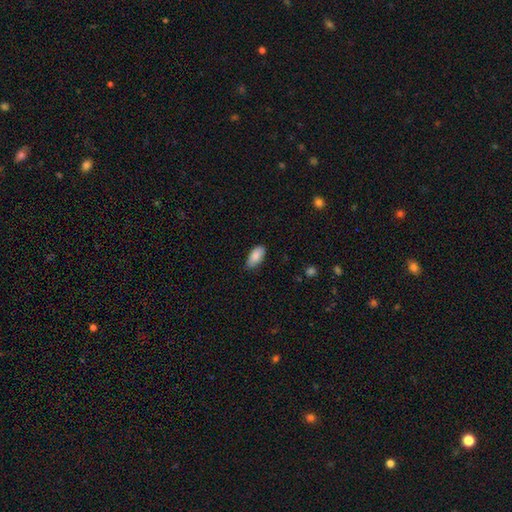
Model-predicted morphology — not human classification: A smooth galaxy with no disk features (86%) that is in between round and cigar-shaped (92%). Merging: none (76%).